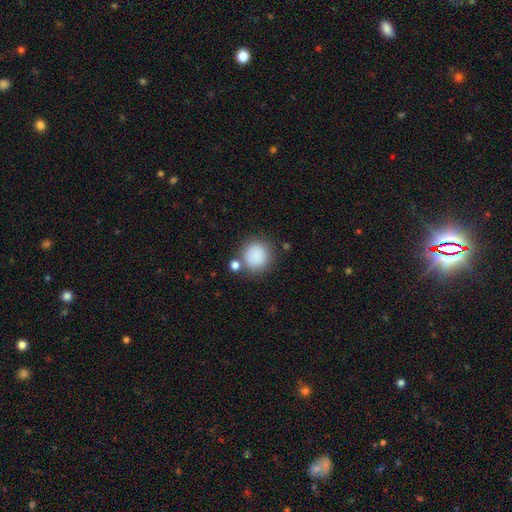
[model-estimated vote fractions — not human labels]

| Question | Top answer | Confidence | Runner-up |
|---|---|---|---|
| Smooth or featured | smooth | 86% | star or artifact (9%) |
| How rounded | round | 90% | in between (9%) |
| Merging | none | 73% | minor disturbance (11%) |